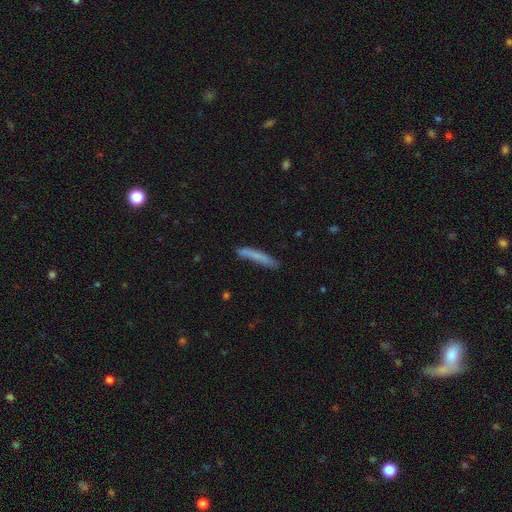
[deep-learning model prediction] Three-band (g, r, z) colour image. It shows a smooth galaxy with no disk features (74%) that is cigar-shaped (95%). Merging: none (78%).